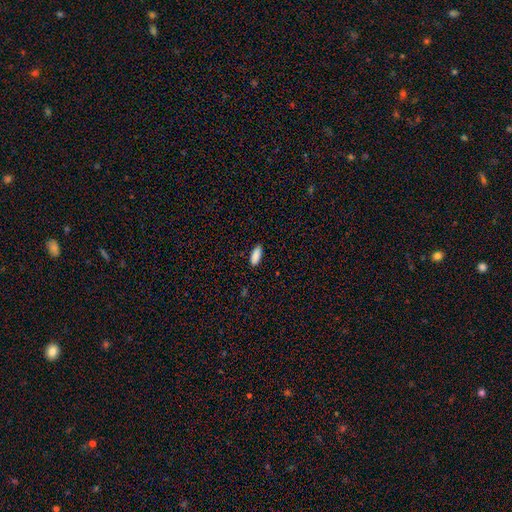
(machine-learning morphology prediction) Smooth or featured? Predicted: smooth (p=0.89). How rounded? Predicted: in between (p=0.79). Merging? Predicted: none (p=0.87).